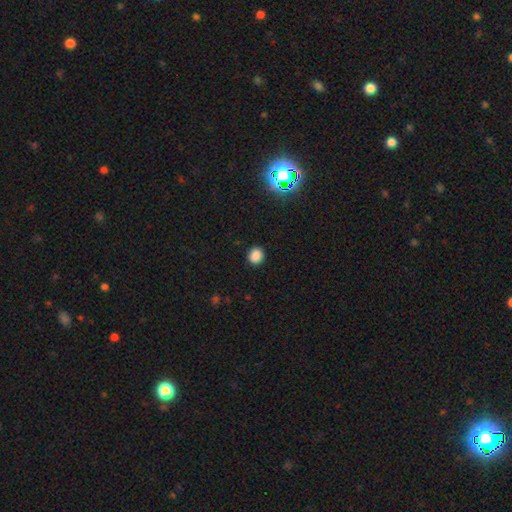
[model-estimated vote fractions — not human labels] Smooth or featured?
  - smooth: 84% *
  - star or artifact: 13%
  - featured or disk: 3%
How rounded?
  - round: 73% *
  - in between: 26%
  - cigar-shaped: 1%
Merging?
  - none: 90% *
  - minor disturbance: 7%
  - major disturbance: 2%
  - merger: 1%